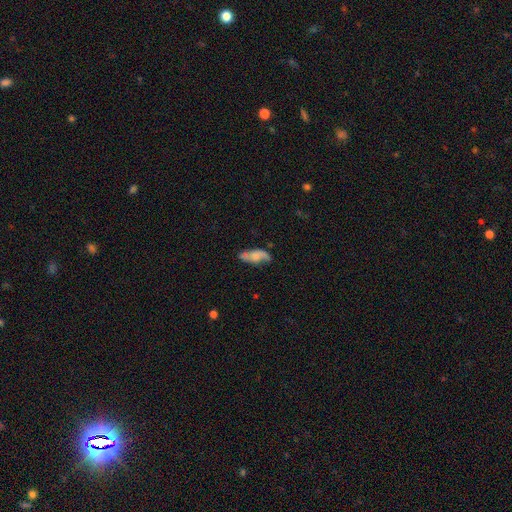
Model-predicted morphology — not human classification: type=smooth (48%); merging=none (60%).